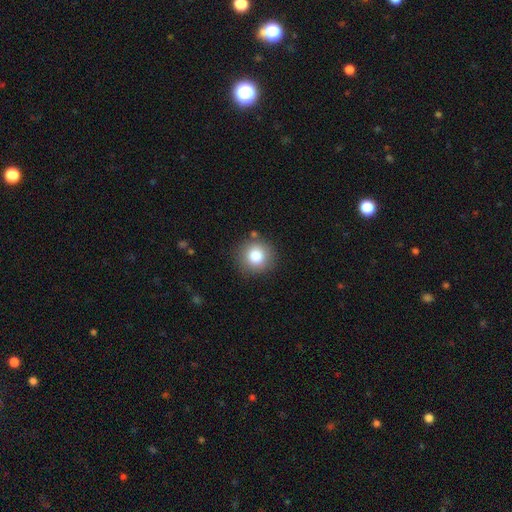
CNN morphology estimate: smooth_or_featured: smooth (p=0.83) [alt: star or artifact p=0.10]
how_rounded: round (p=0.93) [alt: in between p=0.07]
merging: none (p=0.84) [alt: minor disturbance p=0.10]